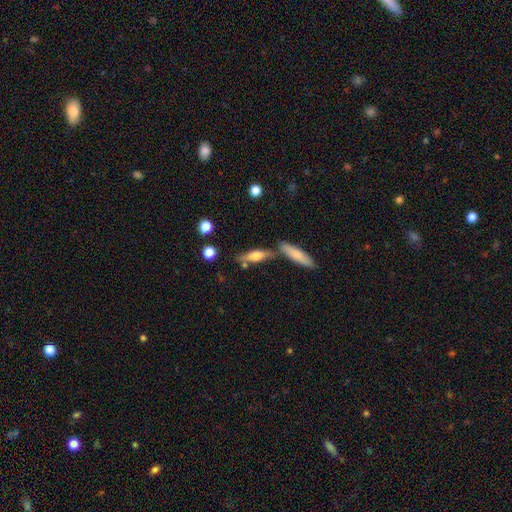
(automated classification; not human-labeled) Smooth or featured? smooth (55%)
How rounded? cigar-shaped (65%)
Merging? none (62%)